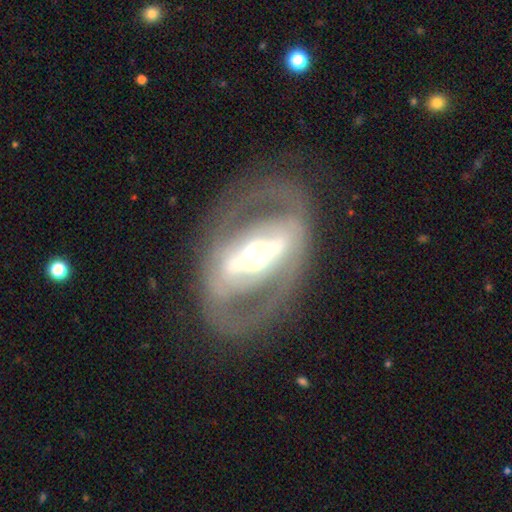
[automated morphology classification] Smooth or featured? Predicted: featured or disk (p=0.83). Edge-on disk? Predicted: no (p=0.88). Bar? Predicted: strong (p=0.75). Spiral arms? Predicted: no (p=0.54). Bulge size? Predicted: moderate (p=0.59). Merging? Predicted: none (p=0.74).